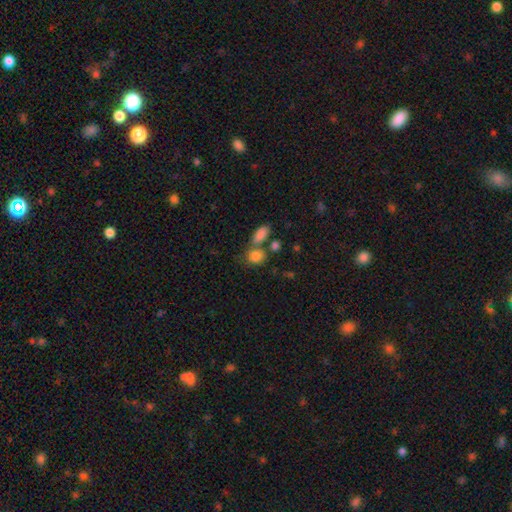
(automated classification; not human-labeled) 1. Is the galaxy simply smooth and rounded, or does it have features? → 82% smooth, 10% star or artifact, 8% featured or disk.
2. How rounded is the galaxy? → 57% round, 41% in between, 2% cigar-shaped.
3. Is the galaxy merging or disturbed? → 51% none, 32% merger, 12% minor disturbance, 5% major disturbance.